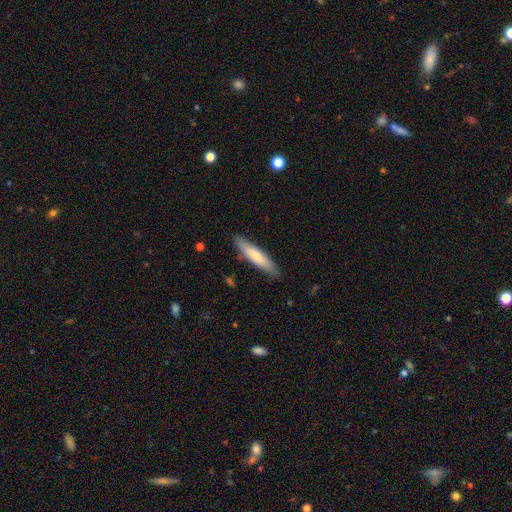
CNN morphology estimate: This appears to be a smooth galaxy with no disk features (74%) that is cigar-shaped (84%). Merging: none (87%).